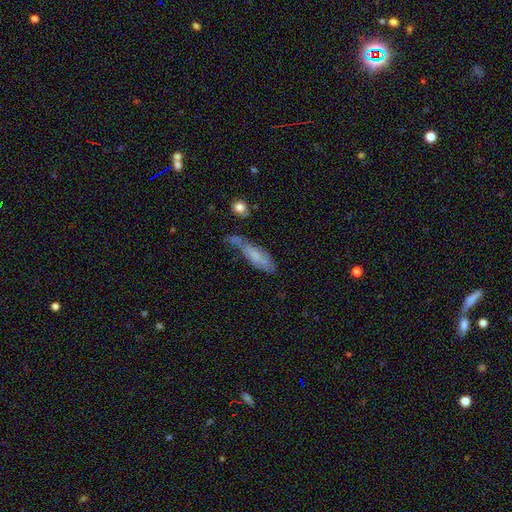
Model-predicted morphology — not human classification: Smooth or featured: smooth — 55% (featured or disk — 35%)
How rounded: in between — 51% (cigar-shaped — 47%)
Merging: none — 30% (minor disturbance — 29%)